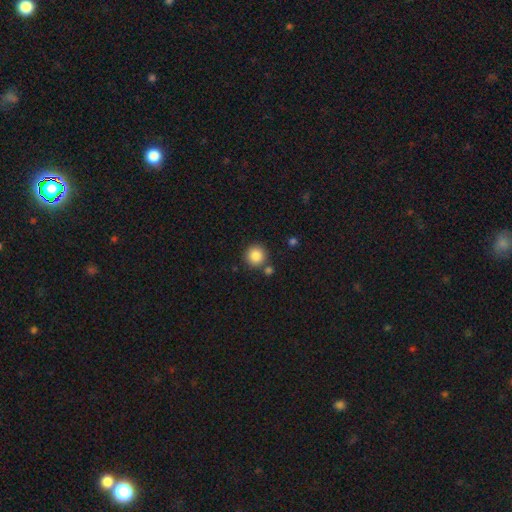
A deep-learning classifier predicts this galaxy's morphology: A smooth galaxy with no disk features (86%) that is round (94%). Merging: none (80%).